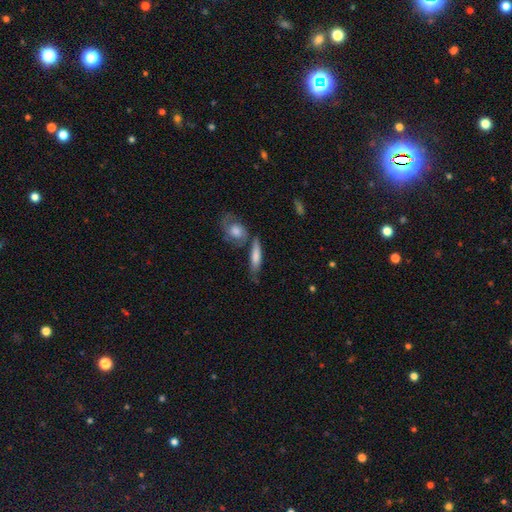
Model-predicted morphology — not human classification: Smooth or featured?
  - smooth: 63% *
  - featured or disk: 31%
  - star or artifact: 6%
How rounded?
  - cigar-shaped: 69% *
  - in between: 28%
  - round: 3%
Merging?
  - none: 58% *
  - merger: 18%
  - minor disturbance: 18%
  - major disturbance: 6%